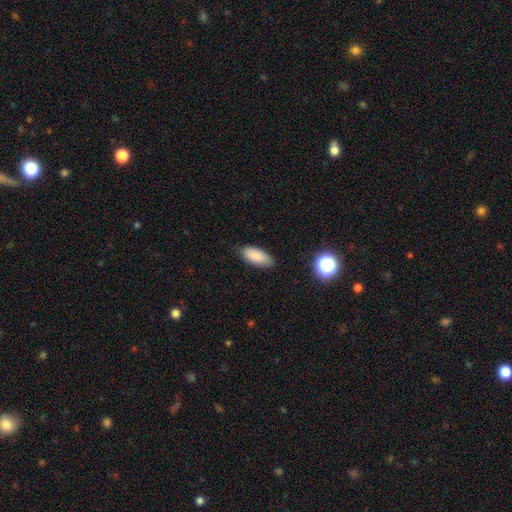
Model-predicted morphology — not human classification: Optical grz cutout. It shows a smooth galaxy with no disk features (87%) that is in between round and cigar-shaped (86%). Merging: none (84%).